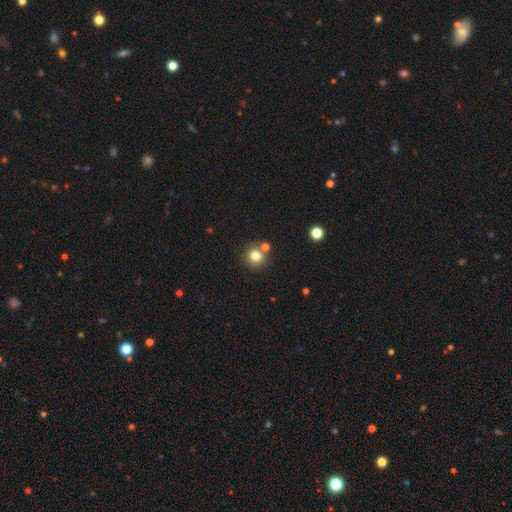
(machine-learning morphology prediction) smooth 79%, star or artifact 12%, featured or disk 8%. Down the decision tree: how rounded — round (93%); merging — none (72%).